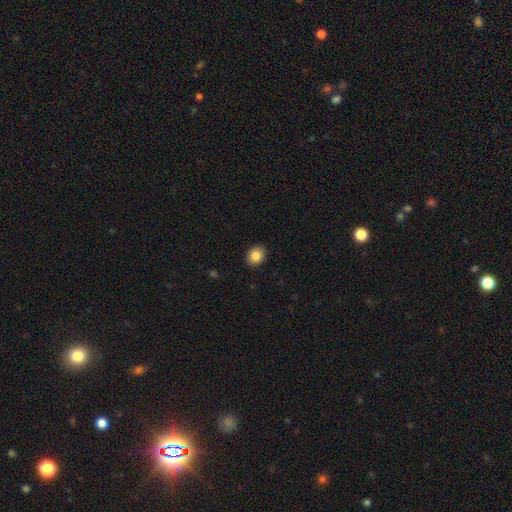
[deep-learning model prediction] Smooth or featured: smooth — 85% (star or artifact — 9%)
How rounded: in between — 52% (round — 47%)
Merging: none — 91% (minor disturbance — 7%)